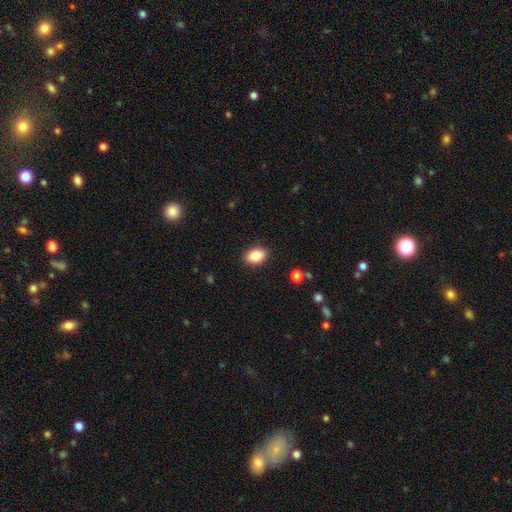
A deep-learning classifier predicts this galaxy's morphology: type=smooth (86%); roundness=in between (80%); merging=none (88%).